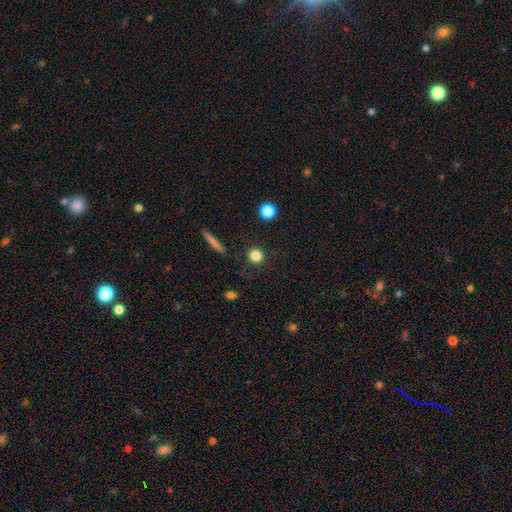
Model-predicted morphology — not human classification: smooth_or_featured: smooth (p=0.82) [alt: star or artifact p=0.12]
how_rounded: round (p=0.93) [alt: in between p=0.05]
merging: none (p=0.89) [alt: minor disturbance p=0.07]